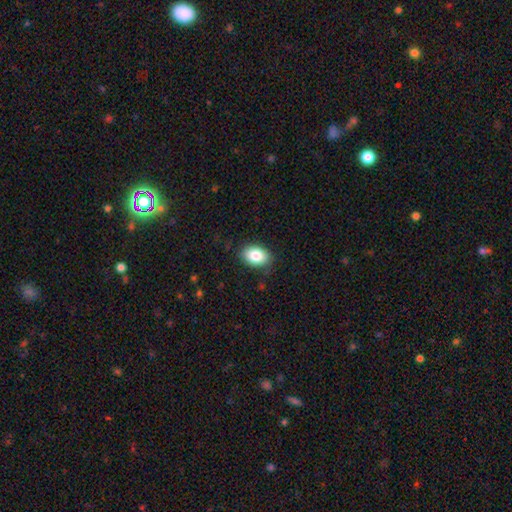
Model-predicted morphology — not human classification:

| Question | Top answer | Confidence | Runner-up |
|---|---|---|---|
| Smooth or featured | smooth | 85% | featured or disk (8%) |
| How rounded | in between | 84% | round (15%) |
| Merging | none | 85% | minor disturbance (11%) |